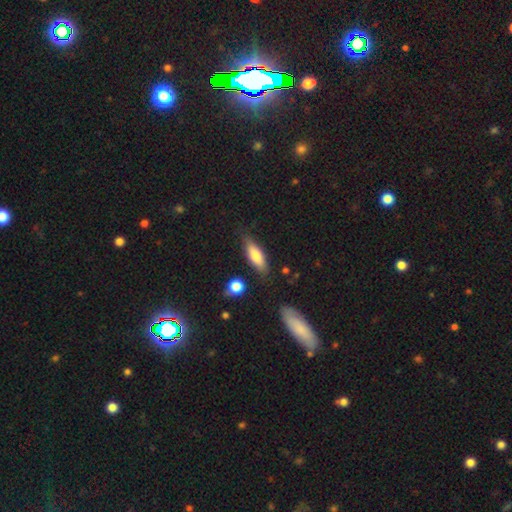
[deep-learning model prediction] The model was most divided on "how rounded": in between: 51%, cigar-shaped: 46%, round: 2%. More confident: merging — none (79%); smooth or featured — smooth (72%).